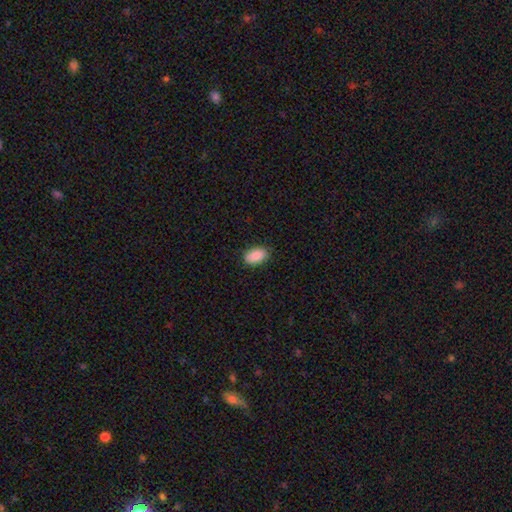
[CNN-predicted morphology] Q: Smooth or featured?
A: smooth (89%); runner-up: star or artifact (7%)
Q: How rounded?
A: in between (92%); runner-up: round (6%)
Q: Merging?
A: none (84%); runner-up: minor disturbance (13%)